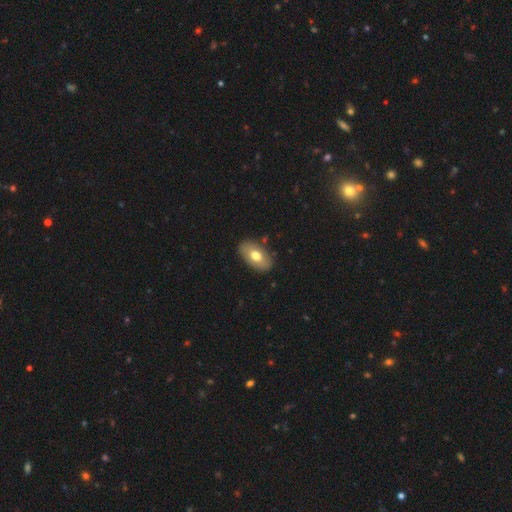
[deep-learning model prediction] The model was most divided on "smooth or featured": smooth: 67%, featured or disk: 27%, star or artifact: 6%. More confident: how rounded — in between (92%); merging — none (85%).